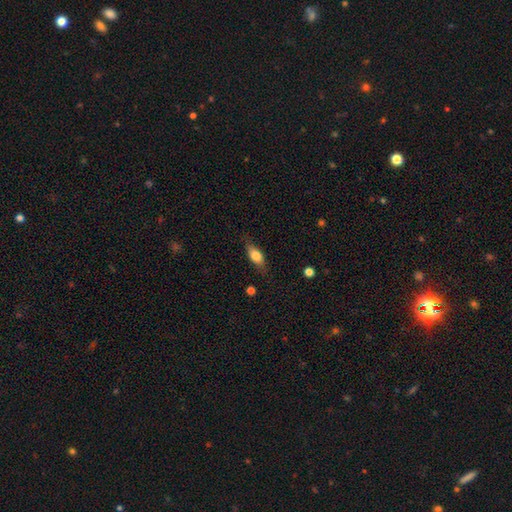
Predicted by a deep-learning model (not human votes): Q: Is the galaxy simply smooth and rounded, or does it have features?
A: smooth — 72%.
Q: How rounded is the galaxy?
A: in between — 72%.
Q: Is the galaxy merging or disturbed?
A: none — 76%.